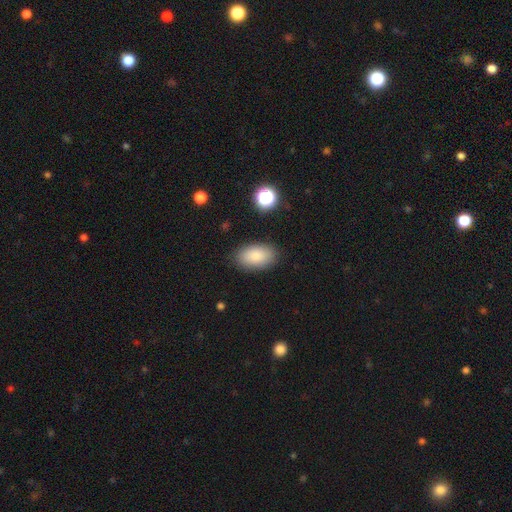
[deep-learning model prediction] The model was most divided on "merging": none: 86%, minor disturbance: 9%, major disturbance: 3%, merger: 1%. More confident: how rounded — in between (93%); smooth or featured — smooth (87%).